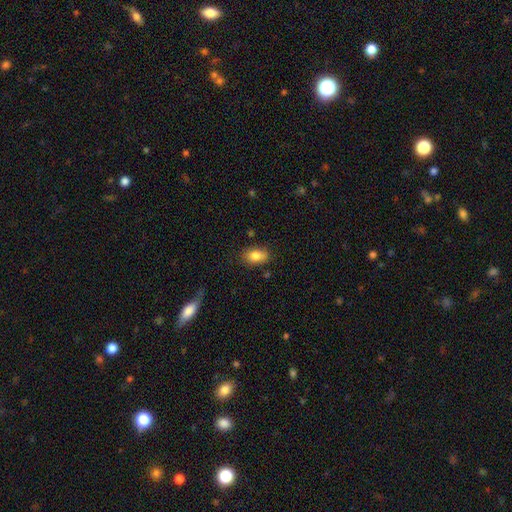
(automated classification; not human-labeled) smooth-or-featured: smooth: 81% | featured or disk: 10% | star or artifact: 8%
  how-rounded: in between: 85% | round: 13% | cigar-shaped: 2%
  merging: none: 78% | minor disturbance: 15% | merger: 3% | major disturbance: 3%